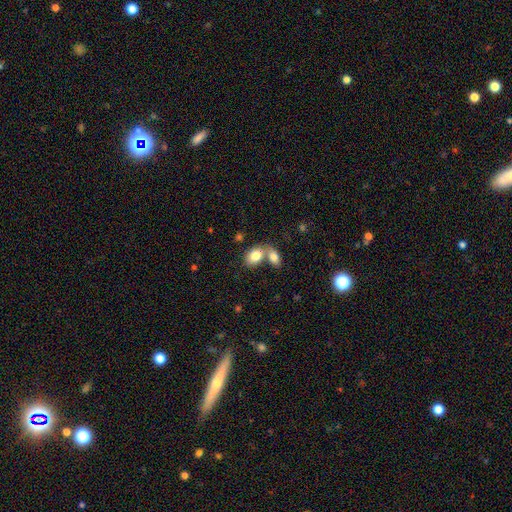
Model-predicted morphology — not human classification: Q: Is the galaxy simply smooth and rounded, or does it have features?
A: smooth — 81%.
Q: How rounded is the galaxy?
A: in between — 86%.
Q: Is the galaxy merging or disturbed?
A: merger — 58%.